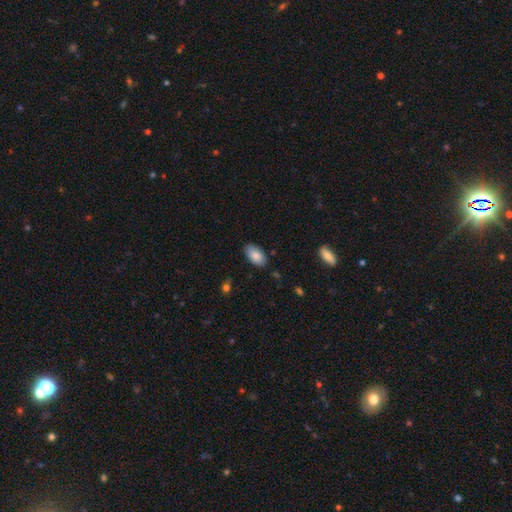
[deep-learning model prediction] Smooth or featured: smooth — 86% (featured or disk — 8%)
How rounded: in between — 95% (round — 3%)
Merging: none — 85% (minor disturbance — 11%)